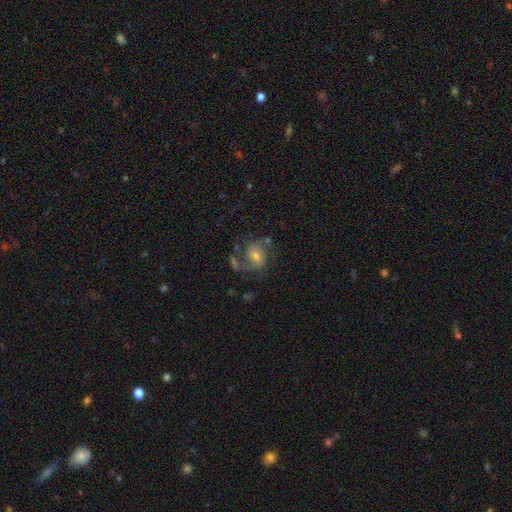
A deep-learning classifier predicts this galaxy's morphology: This appears to be a featured or disk galaxy (71%) with no bar (47%), 2 (68%) medium (49%) spiral arms (89%) and a moderate central bulge (51%). Merging: none (54%).